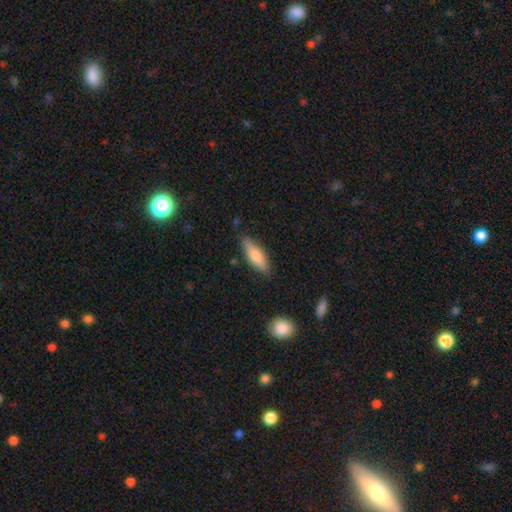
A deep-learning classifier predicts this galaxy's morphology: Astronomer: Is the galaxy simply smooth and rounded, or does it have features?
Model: smooth — 67%.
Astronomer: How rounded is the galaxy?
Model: cigar-shaped — 54% (runner-up: in between, 44%).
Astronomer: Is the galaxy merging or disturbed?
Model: none — 83%.